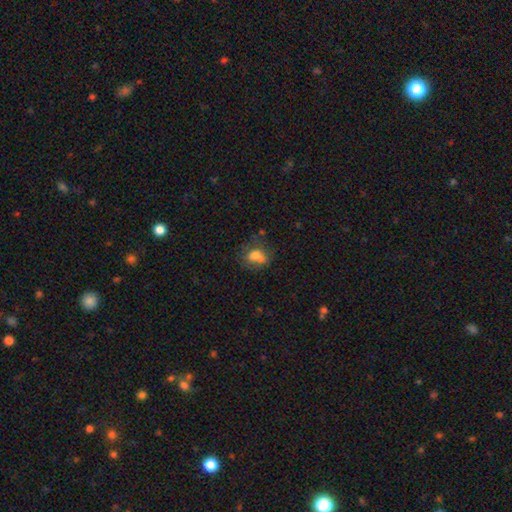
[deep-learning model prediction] Smooth or featured?
  - smooth: 67% *
  - featured or disk: 21%
  - star or artifact: 12%
How rounded?
  - in between: 51% *
  - round: 47%
  - cigar-shaped: 2%
Merging?
  - none: 38% *
  - merger: 34%
  - minor disturbance: 18%
  - major disturbance: 10%